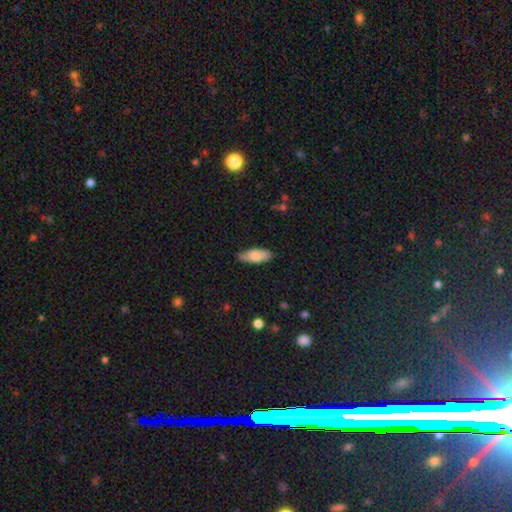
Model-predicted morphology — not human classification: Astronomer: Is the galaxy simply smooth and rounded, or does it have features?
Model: smooth — 78%.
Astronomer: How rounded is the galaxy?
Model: in between — 79%.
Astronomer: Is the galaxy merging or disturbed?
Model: none — 73%.